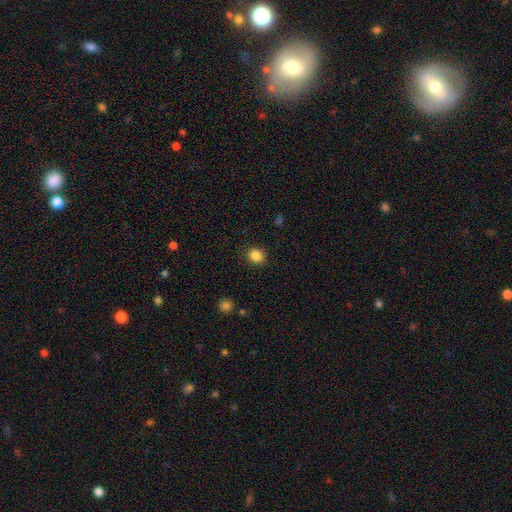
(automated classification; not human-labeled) Morphology: type=smooth (86%); roundness=round (71%); merging=none (89%).